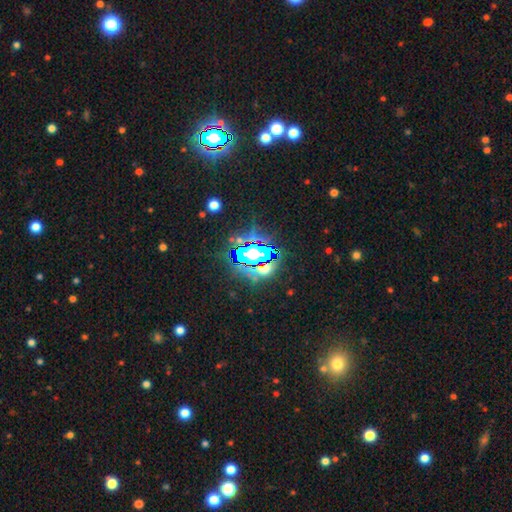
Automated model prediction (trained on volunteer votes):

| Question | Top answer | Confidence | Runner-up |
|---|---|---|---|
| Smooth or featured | star or artifact | 83% | smooth (10%) |